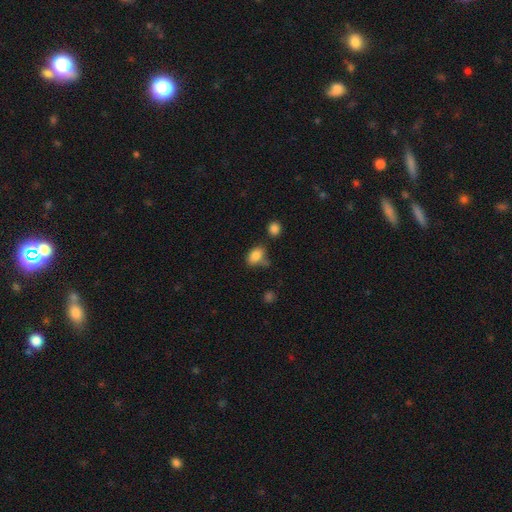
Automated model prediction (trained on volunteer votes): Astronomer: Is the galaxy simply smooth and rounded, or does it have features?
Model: smooth — 85%.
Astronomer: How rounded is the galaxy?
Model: in between — 81%.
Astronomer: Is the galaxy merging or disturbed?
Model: none — 61%.